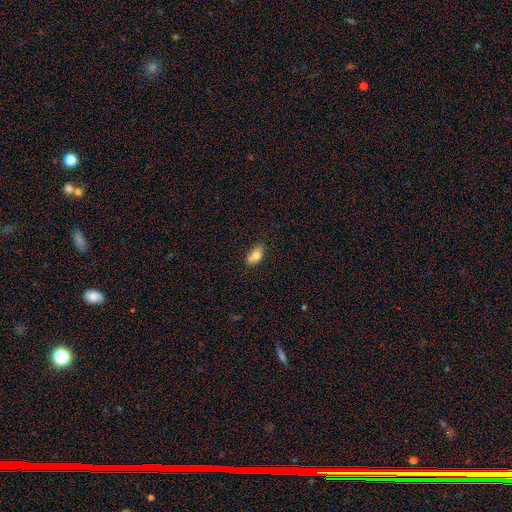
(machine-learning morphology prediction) smooth_or_featured: smooth (p=0.77) [alt: featured or disk p=0.15]
how_rounded: in between (p=0.86) [alt: round p=0.09]
merging: none (p=0.60) [alt: minor disturbance p=0.23]